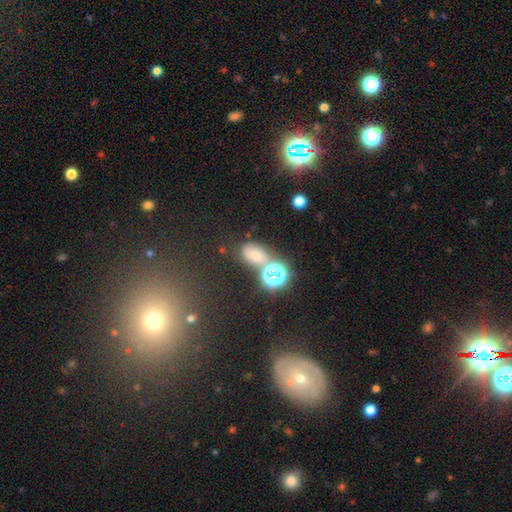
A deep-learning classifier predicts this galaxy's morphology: type=smooth (52%); roundness=in between (67%); merging=none (52%).